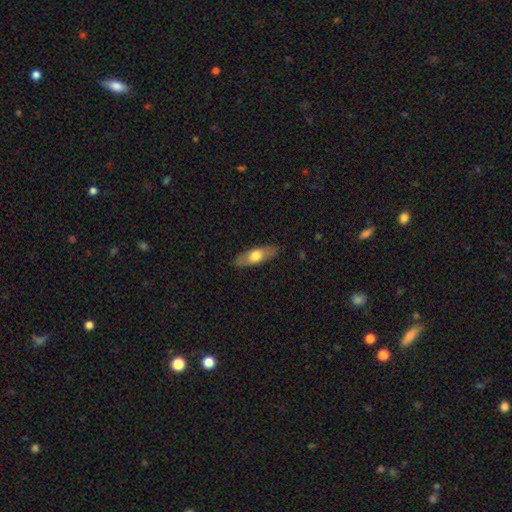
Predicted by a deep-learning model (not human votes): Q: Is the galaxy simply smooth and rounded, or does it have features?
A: smooth — 61%.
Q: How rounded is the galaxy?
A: in between — 63%.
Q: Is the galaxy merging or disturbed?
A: none — 85%.